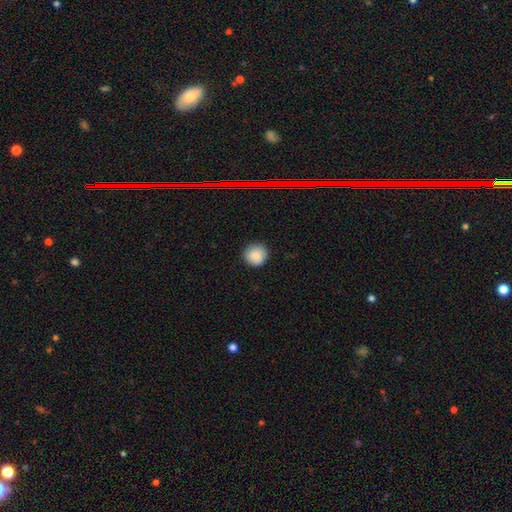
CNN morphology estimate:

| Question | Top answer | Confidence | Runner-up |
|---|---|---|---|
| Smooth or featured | smooth | 87% | star or artifact (9%) |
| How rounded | round | 94% | in between (6%) |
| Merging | none | 89% | minor disturbance (8%) |